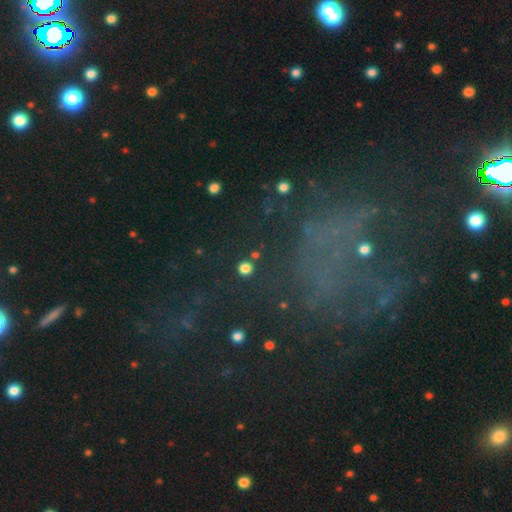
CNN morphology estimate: A star or artifact, not a galaxy (47%).